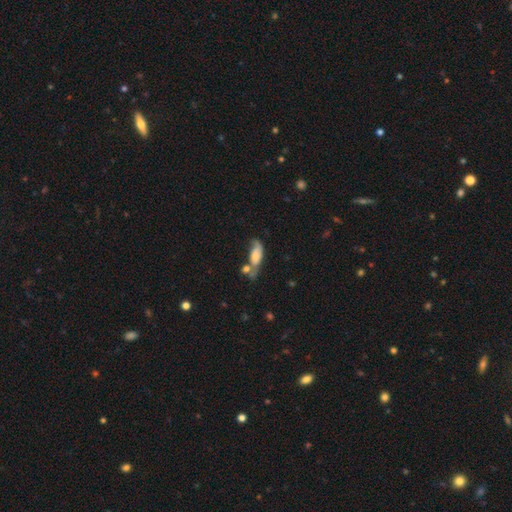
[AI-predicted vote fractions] Smooth or featured? Predicted: smooth (p=0.60). How rounded? Predicted: in between (p=0.77). Merging? Predicted: merger (p=0.32).